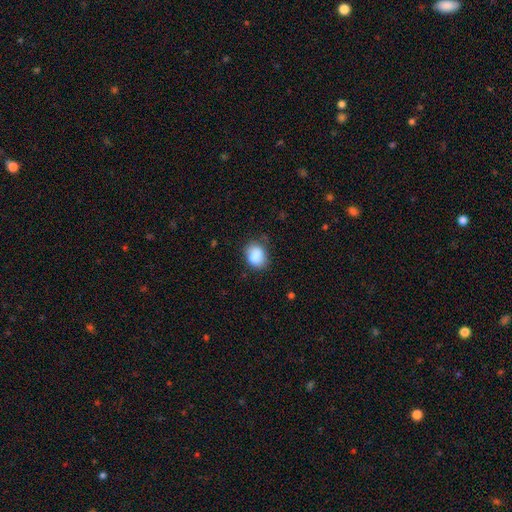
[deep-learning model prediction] Smooth or featured: smooth — 86% (star or artifact — 8%)
How rounded: in between — 56% (round — 43%)
Merging: none — 71% (minor disturbance — 21%)